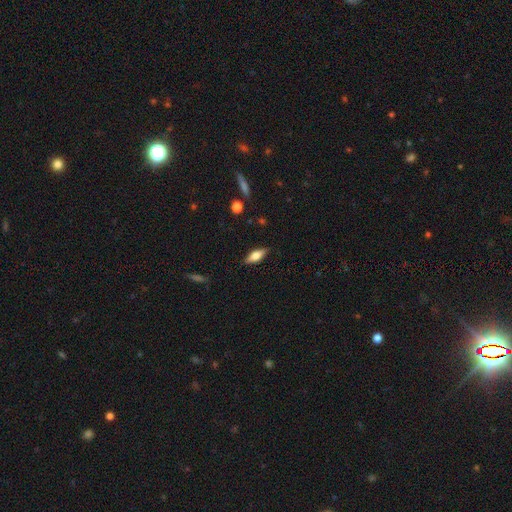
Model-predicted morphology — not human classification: Q: Smooth or featured?
A: smooth (58%); runner-up: featured or disk (35%)
Q: How rounded?
A: in between (65%); runner-up: cigar-shaped (32%)
Q: Merging?
A: none (86%); runner-up: minor disturbance (11%)